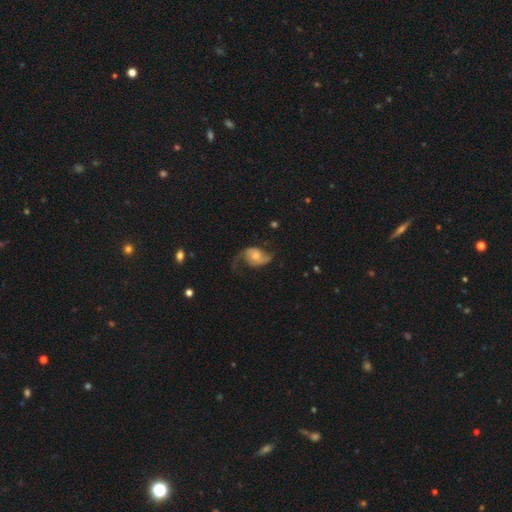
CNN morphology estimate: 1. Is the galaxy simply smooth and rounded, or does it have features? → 70% featured or disk, 23% smooth, 7% star or artifact.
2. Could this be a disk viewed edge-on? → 96% no, 4% yes.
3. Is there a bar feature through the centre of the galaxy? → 66% no, 28% weak, 7% strong.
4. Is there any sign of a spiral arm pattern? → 89% yes, 11% no.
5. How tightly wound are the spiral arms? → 64% loose, 27% medium, 8% tight.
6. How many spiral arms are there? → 83% 2, 9% 1, 5% can't tell, 1% 3, 1% 4, 1% more than 4.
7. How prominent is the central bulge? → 55% moderate, 35% small, 6% large, 3% none, 1% dominant.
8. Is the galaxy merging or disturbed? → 49% none, 26% major disturbance, 24% minor disturbance, 2% merger.